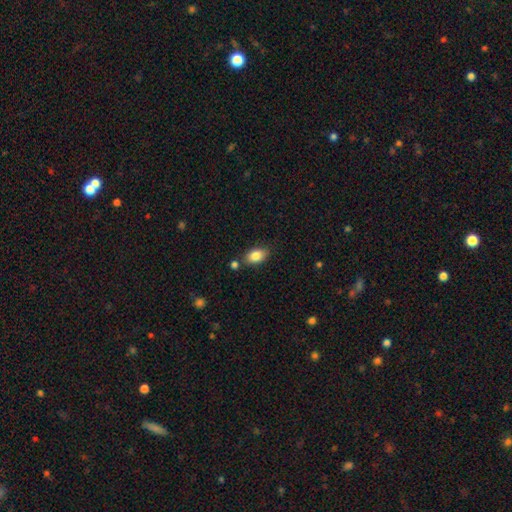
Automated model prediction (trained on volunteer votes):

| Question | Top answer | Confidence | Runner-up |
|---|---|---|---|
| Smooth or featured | smooth | 85% | star or artifact (8%) |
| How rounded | in between | 88% | round (10%) |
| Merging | none | 76% | minor disturbance (13%) |